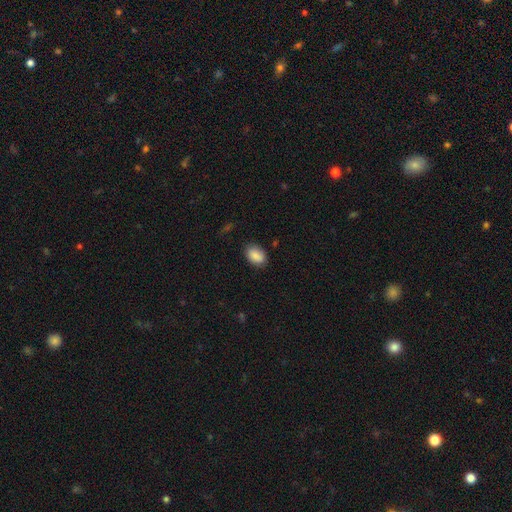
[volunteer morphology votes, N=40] smooth_or_featured: smooth (p=0.93) [alt: star or artifact p=0.05]
how_rounded: in between (p=0.92) [alt: round p=0.05]
merging: none (p=0.84) [alt: minor disturbance p=0.08]